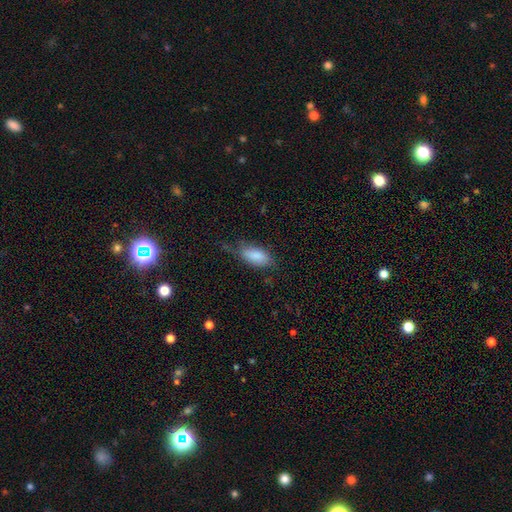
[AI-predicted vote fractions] smooth-or-featured: smooth: 81% | featured or disk: 12% | star or artifact: 7%
  how-rounded: in between: 90% | cigar-shaped: 8% | round: 3%
  merging: none: 46% | minor disturbance: 35% | major disturbance: 16% | merger: 2%